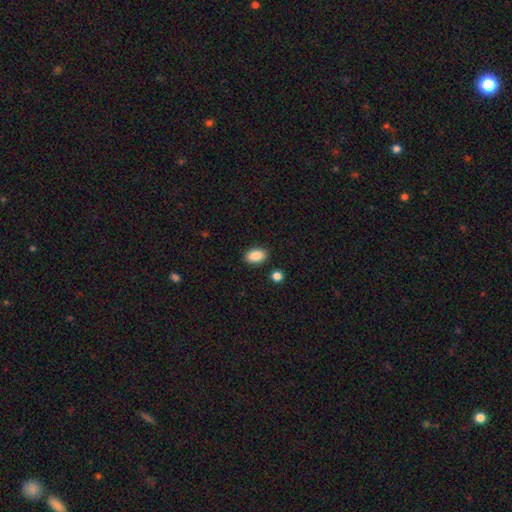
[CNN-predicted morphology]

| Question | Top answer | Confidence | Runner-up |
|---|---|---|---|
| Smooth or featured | smooth | 88% | star or artifact (8%) |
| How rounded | in between | 88% | round (11%) |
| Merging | none | 88% | minor disturbance (8%) |